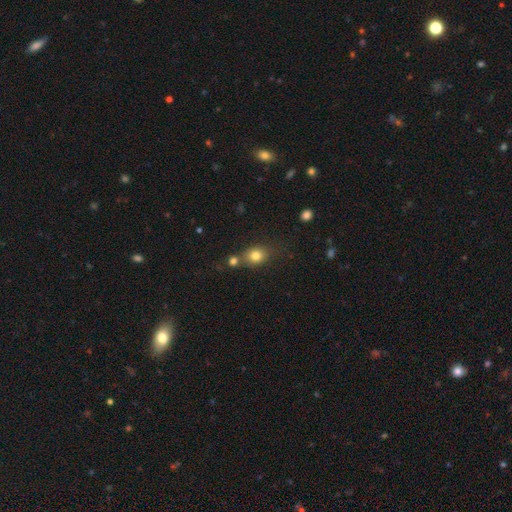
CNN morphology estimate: This is likely a smooth galaxy (80%). How rounded: possibly round (59%). Merging: possibly none (57%).